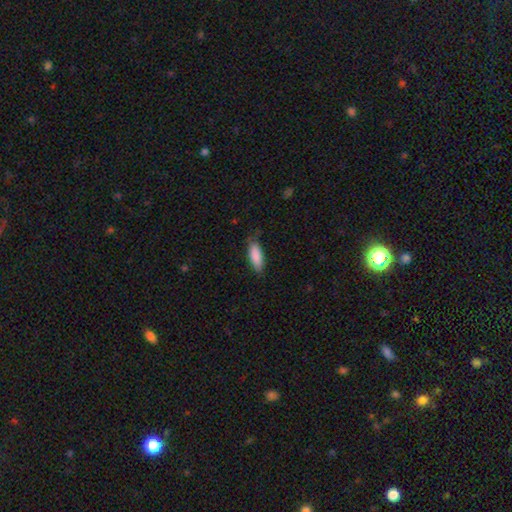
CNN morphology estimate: A smooth galaxy with no disk features (88%) that is in between round and cigar-shaped (72%).

Vote fractions:
- Smooth or featured? smooth: 88% / featured or disk: 6% / star or artifact: 6%
- How rounded? in between: 72% / cigar-shaped: 27% / round: 2%
- Merging? none: 73% / minor disturbance: 22% / major disturbance: 4% / merger: 1%